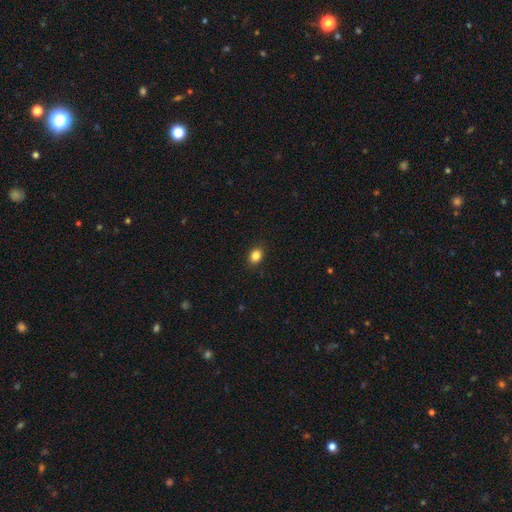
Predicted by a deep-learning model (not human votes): The model was most divided on "how rounded": in between: 56%, round: 43%, cigar-shaped: 1%. More confident: merging — none (89%); smooth or featured — smooth (85%).